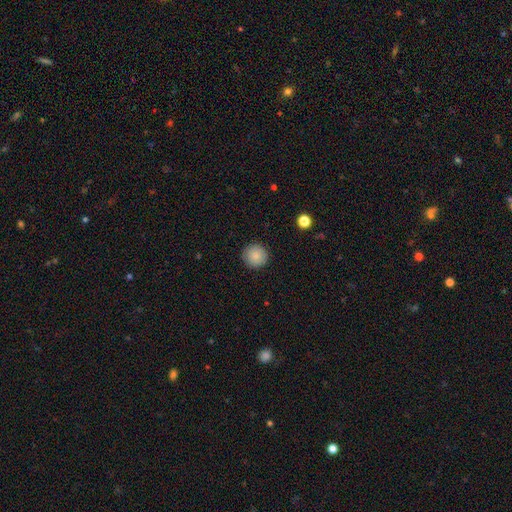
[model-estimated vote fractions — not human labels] smooth-or-featured: smooth: 87% | star or artifact: 8% | featured or disk: 5%
  how-rounded: round: 95% | in between: 4% | cigar-shaped: 1%
  merging: none: 92% | minor disturbance: 6% | major disturbance: 2% | merger: 1%